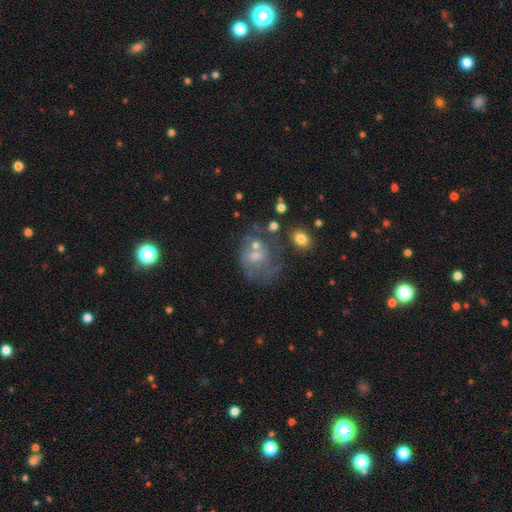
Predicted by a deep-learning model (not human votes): A featured or disk galaxy (55%) with no bar (59%), spiral arms (55%) and a small central bulge (48%). Merging: none (41%).